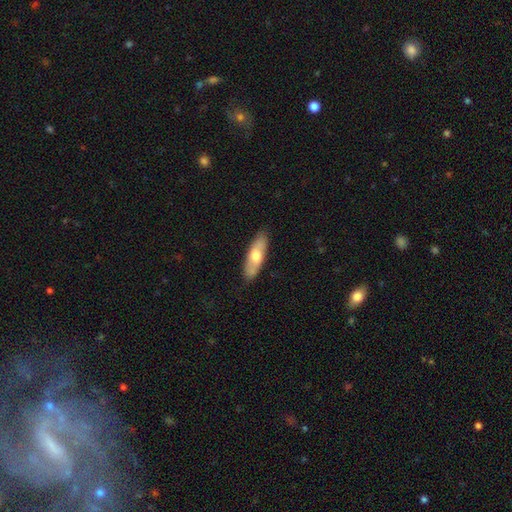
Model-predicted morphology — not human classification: Q: Smooth or featured?
A: smooth (62%); runner-up: featured or disk (33%)
Q: How rounded?
A: in between (54%); runner-up: cigar-shaped (44%)
Q: Merging?
A: none (86%); runner-up: minor disturbance (11%)